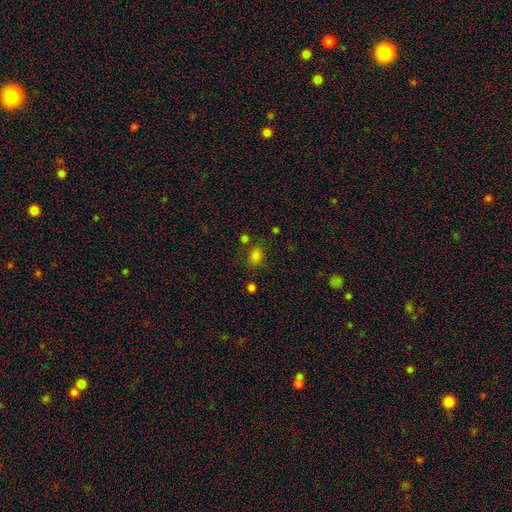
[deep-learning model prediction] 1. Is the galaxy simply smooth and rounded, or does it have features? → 76% smooth, 18% star or artifact, 5% featured or disk.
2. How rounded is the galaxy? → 60% in between, 38% round, 1% cigar-shaped.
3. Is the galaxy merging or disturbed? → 69% none, 16% minor disturbance, 9% merger, 6% major disturbance.